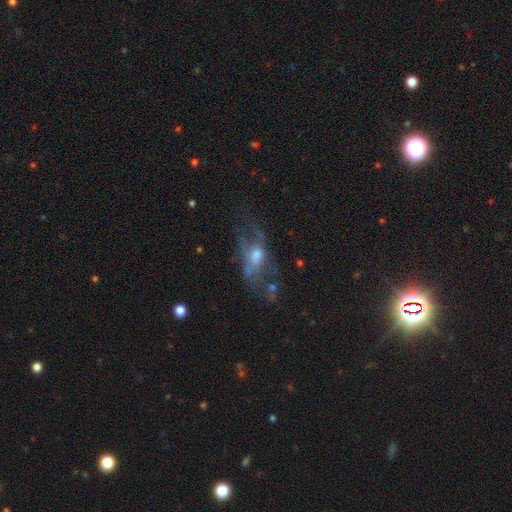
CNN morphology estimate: A featured or disk galaxy (59%) with no bar (73%), no spiral arms (63%) and a moderate central bulge (55%).

Vote fractions:
- Smooth or featured? featured or disk: 59% / smooth: 28% / star or artifact: 13%
- Edge-on disk? no: 87% / yes: 13%
- Bar? no: 73% / weak: 22% / strong: 5%
- Spiral arms? no: 63% / yes: 37%
- Bulge size? moderate: 55% / small: 25% / large: 13% / none: 6% / dominant: 2%
- Merging? major disturbance: 38% / none: 36% / minor disturbance: 19% / merger: 6%